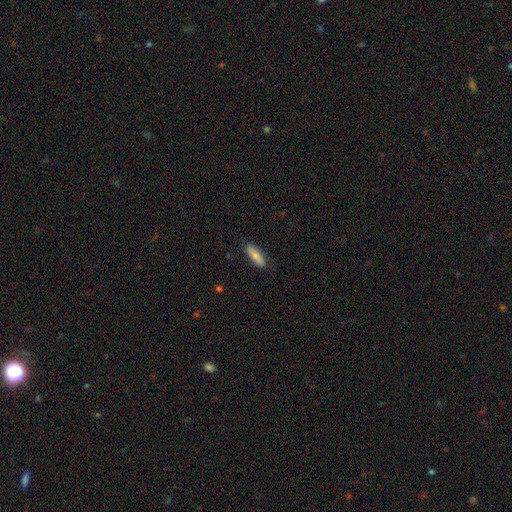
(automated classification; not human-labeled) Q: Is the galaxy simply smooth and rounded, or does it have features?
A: smooth — 76%.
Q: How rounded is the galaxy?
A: cigar-shaped — 51%.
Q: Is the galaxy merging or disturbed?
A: none — 82%.